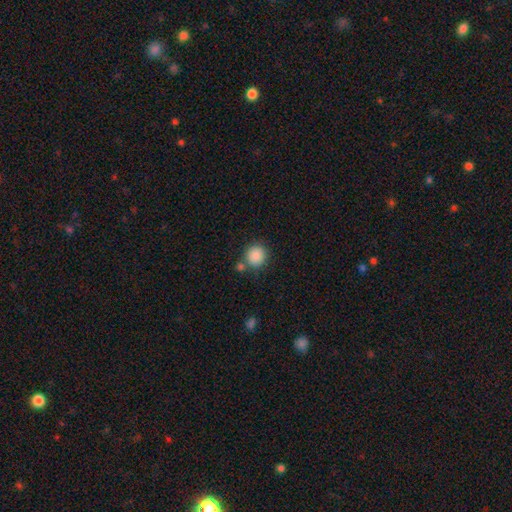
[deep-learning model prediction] Smooth or featured?
  - smooth: 88% *
  - star or artifact: 9%
  - featured or disk: 3%
How rounded?
  - round: 87% *
  - in between: 12%
  - cigar-shaped: 1%
Merging?
  - none: 74% *
  - merger: 12%
  - minor disturbance: 11%
  - major disturbance: 4%